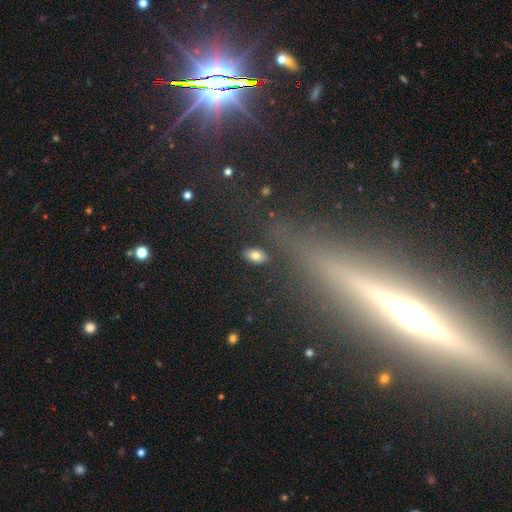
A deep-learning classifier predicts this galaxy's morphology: smooth-or-featured: smooth: 80% | star or artifact: 10% | featured or disk: 9%
  how-rounded: in between: 90% | round: 7% | cigar-shaped: 2%
  merging: none: 86% | minor disturbance: 9% | major disturbance: 3% | merger: 2%